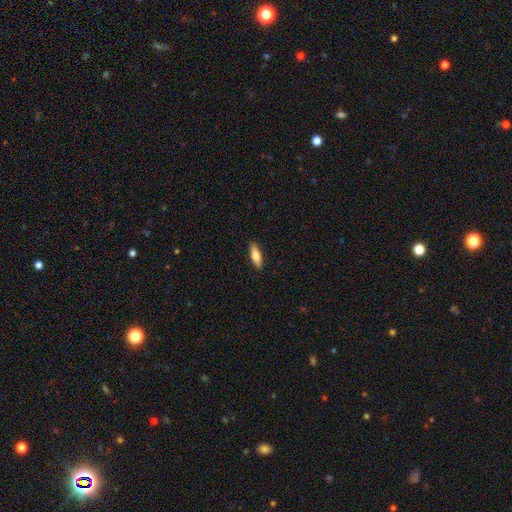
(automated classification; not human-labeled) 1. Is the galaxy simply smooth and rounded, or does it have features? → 70% smooth, 25% featured or disk, 6% star or artifact.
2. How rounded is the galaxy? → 49% cigar-shaped (tied), 49% in between (tied), 2% round.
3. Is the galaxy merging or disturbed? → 90% none, 7% minor disturbance, 2% major disturbance, 1% merger.